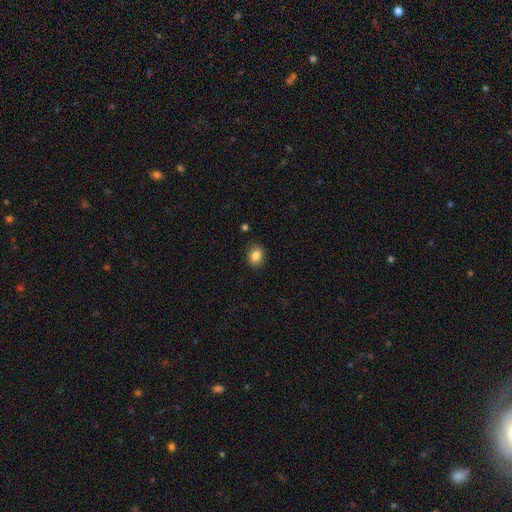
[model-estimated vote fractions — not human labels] smooth_or_featured: smooth (p=0.84) [alt: star or artifact p=0.10]
how_rounded: in between (p=0.51) [alt: round p=0.48]
merging: none (p=0.86) [alt: minor disturbance p=0.11]